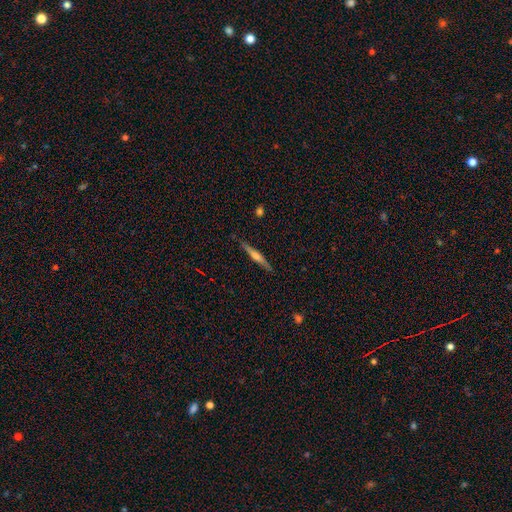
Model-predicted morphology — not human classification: The model was most divided on "smooth or featured": featured or disk: 64%, smooth: 29%, star or artifact: 6%. More confident: edge-on disk — yes (98%); merging — none (90%); edge-on bulge — rounded (72%).